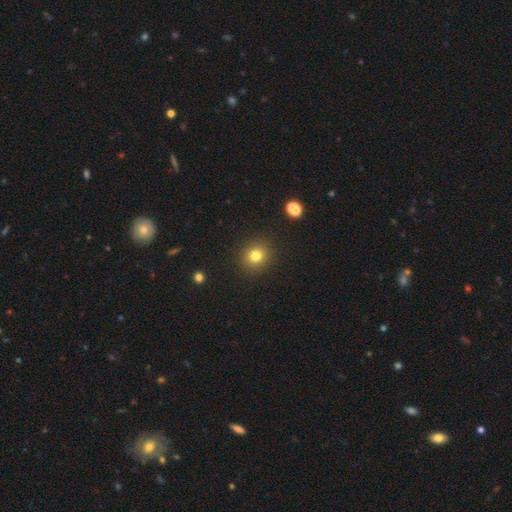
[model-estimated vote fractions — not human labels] Smooth or featured? Predicted: smooth (p=0.80). How rounded? Predicted: round (p=0.83). Merging? Predicted: none (p=0.90).